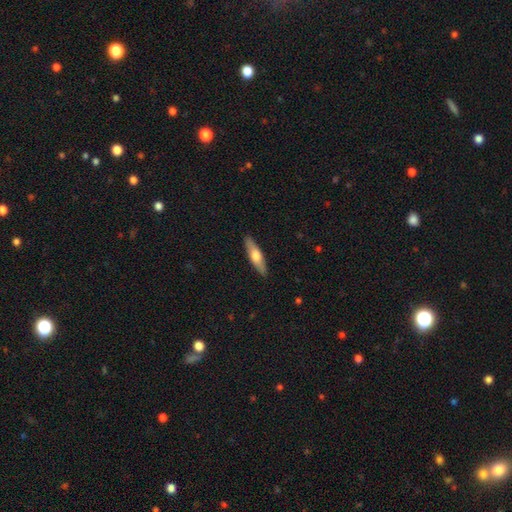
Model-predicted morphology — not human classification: smooth-or-featured: smooth: 56% | featured or disk: 39% | star or artifact: 5%
  how-rounded: cigar-shaped: 67% | in between: 31% | round: 2%
  merging: none: 89% | minor disturbance: 8% | major disturbance: 2% | merger: 1%